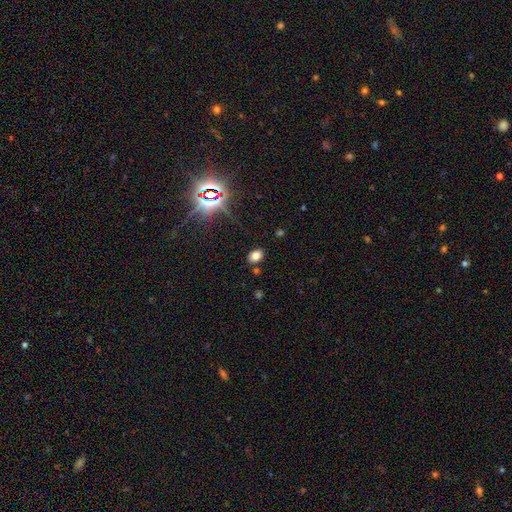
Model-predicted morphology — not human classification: Smooth or featured?
  - smooth: 75% *
  - star or artifact: 18%
  - featured or disk: 7%
How rounded?
  - in between: 73% *
  - round: 26%
  - cigar-shaped: 1%
Merging?
  - none: 82% *
  - minor disturbance: 10%
  - merger: 4%
  - major disturbance: 3%